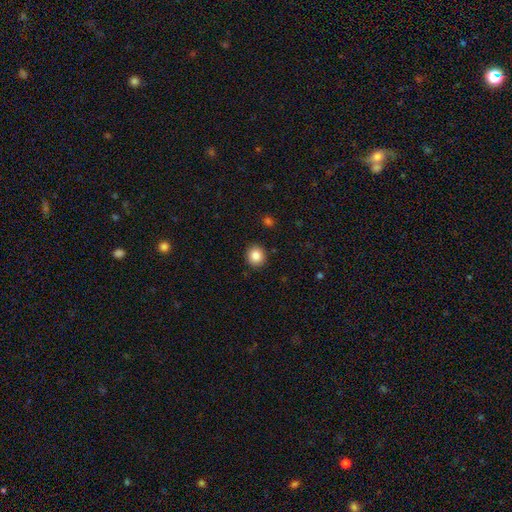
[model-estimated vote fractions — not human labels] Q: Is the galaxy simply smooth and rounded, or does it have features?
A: smooth — 86%.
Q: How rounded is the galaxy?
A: round — 86%.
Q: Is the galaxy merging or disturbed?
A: none — 90%.